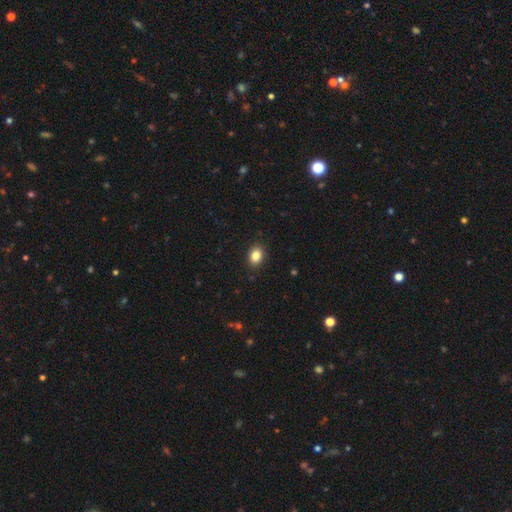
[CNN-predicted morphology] A smooth galaxy with no disk features (86%) that is in between round and cigar-shaped (72%). Merging: none (89%).